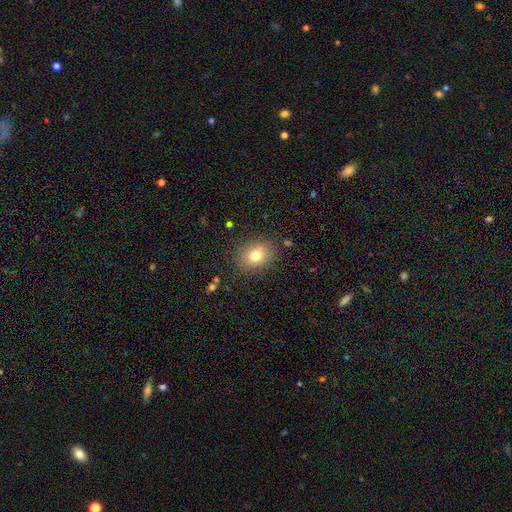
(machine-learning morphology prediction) type=smooth (77%); roundness=round (61%); merging=none (85%).